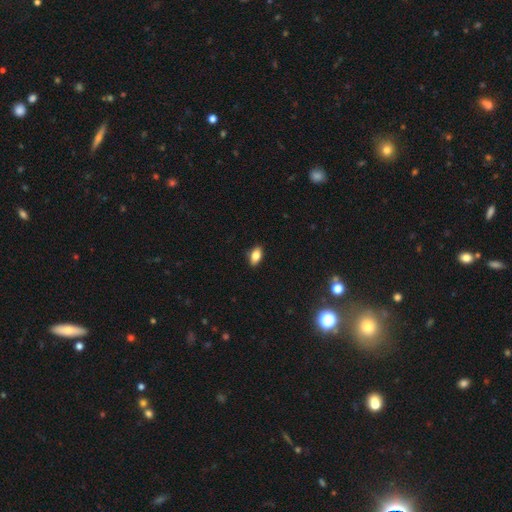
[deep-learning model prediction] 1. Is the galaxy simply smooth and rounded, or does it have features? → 82% smooth, 10% featured or disk, 8% star or artifact.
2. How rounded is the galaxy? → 90% in between, 6% round, 5% cigar-shaped.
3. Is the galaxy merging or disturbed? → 88% none, 9% minor disturbance, 2% major disturbance, 1% merger.